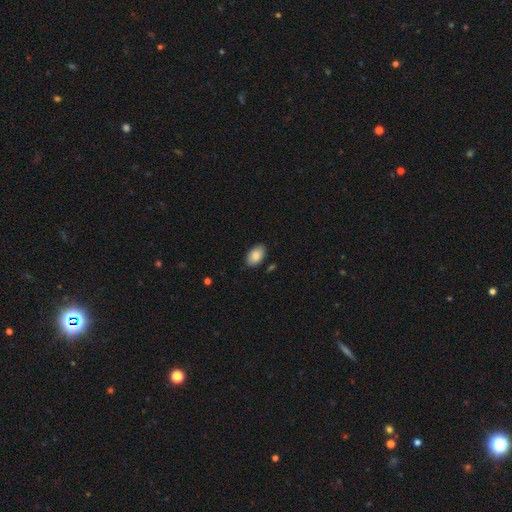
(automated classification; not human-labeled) Smooth or featured?
  - smooth: 85% *
  - featured or disk: 8%
  - star or artifact: 7%
How rounded?
  - in between: 93% *
  - round: 6%
  - cigar-shaped: 1%
Merging?
  - none: 87% *
  - minor disturbance: 9%
  - major disturbance: 2%
  - merger: 2%